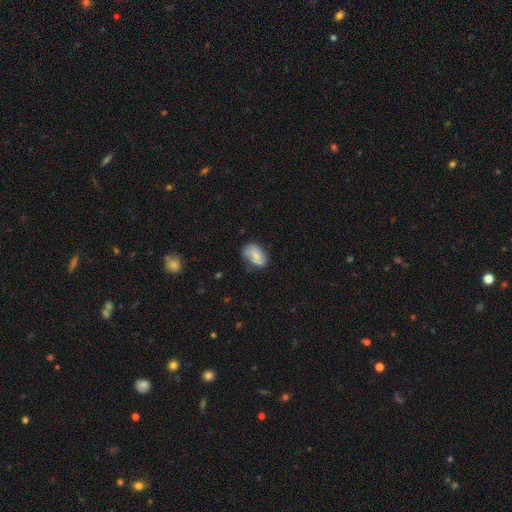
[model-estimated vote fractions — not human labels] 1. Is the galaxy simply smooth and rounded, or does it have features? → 69% smooth, 23% featured or disk, 7% star or artifact.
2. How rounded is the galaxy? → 89% in between, 9% round, 2% cigar-shaped.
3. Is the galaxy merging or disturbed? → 65% none, 27% minor disturbance, 7% major disturbance, 2% merger.